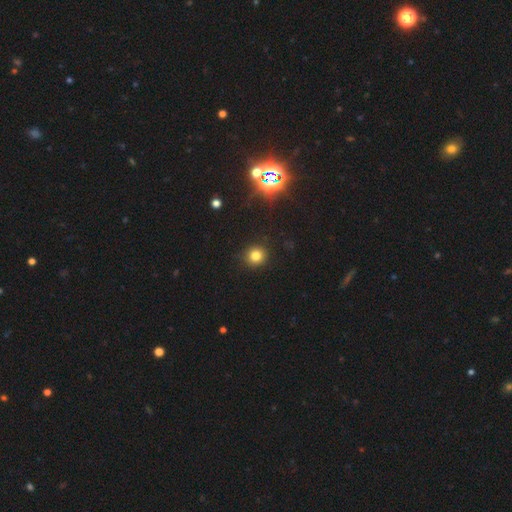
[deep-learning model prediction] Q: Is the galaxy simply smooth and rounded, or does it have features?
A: smooth — 78%.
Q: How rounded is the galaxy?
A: round — 89%.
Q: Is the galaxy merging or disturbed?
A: none — 89%.